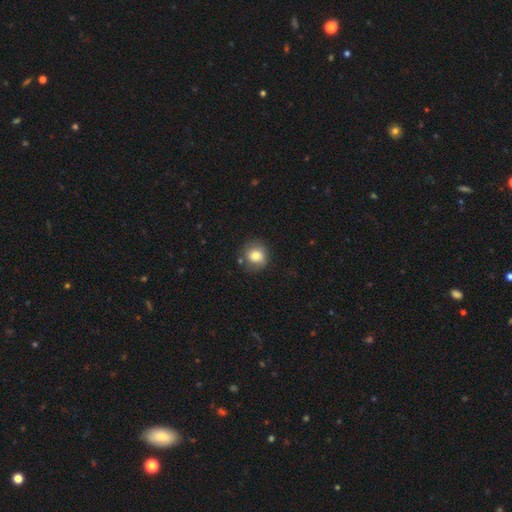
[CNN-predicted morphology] Smooth or featured? Predicted: smooth (p=0.77). How rounded? Predicted: round (p=0.81). Merging? Predicted: none (p=0.71).